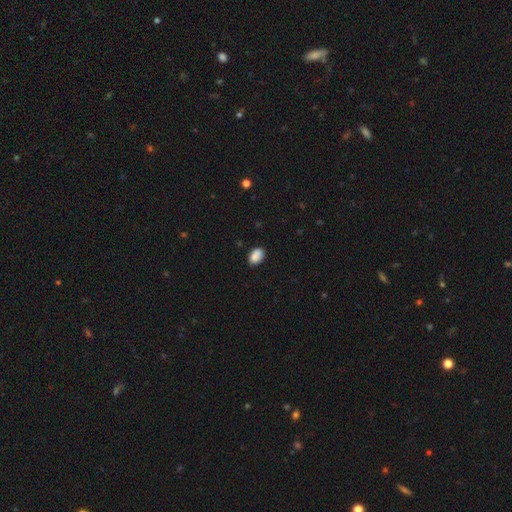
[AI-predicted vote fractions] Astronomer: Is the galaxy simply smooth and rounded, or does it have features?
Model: smooth — 86%.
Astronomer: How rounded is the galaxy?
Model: in between — 85%.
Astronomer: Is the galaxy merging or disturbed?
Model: none — 76%.